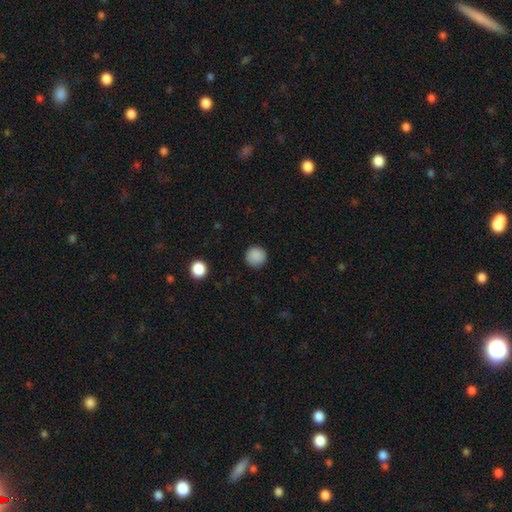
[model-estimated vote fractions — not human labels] Q: Smooth or featured?
A: smooth (88%); runner-up: star or artifact (10%)
Q: How rounded?
A: round (95%); runner-up: in between (4%)
Q: Merging?
A: none (91%); runner-up: minor disturbance (6%)